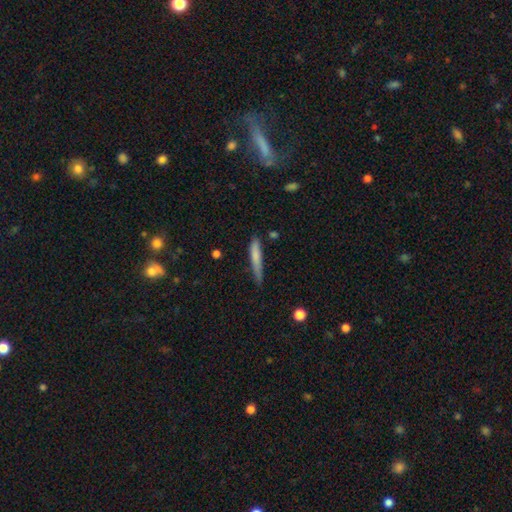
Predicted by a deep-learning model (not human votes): smooth-or-featured: smooth: 74% | featured or disk: 20% | star or artifact: 6%
  how-rounded: cigar-shaped: 91% | in between: 7% | round: 1%
  merging: none: 62% | minor disturbance: 29% | major disturbance: 6% | merger: 3%